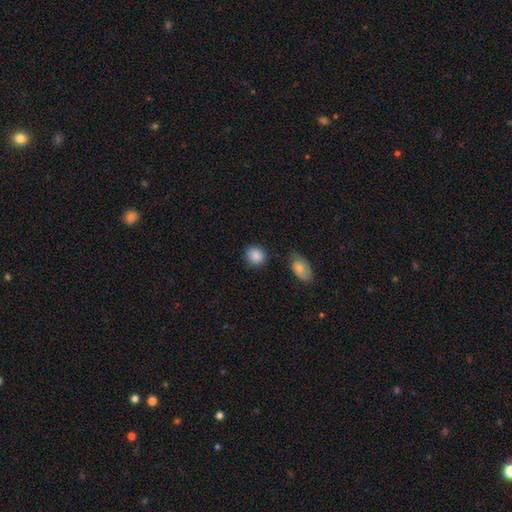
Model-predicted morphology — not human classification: A smooth galaxy with no disk features (87%) that is round (73%). Merging: none (80%).